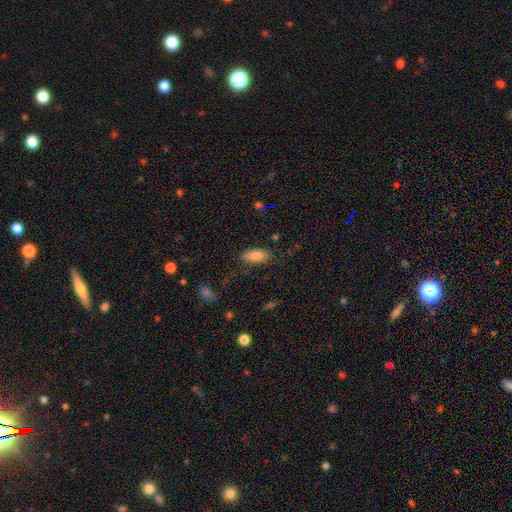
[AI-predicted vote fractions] The model was most divided on "how rounded": in between: 79%, cigar-shaped: 18%, round: 2%. More confident: smooth or featured — smooth (81%); merging — none (78%).